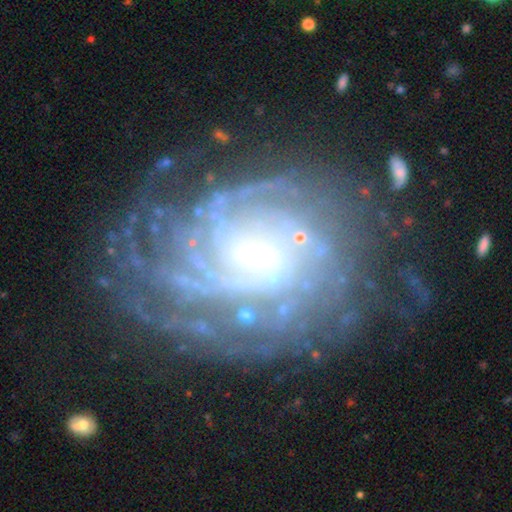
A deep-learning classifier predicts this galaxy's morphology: featured or disk 88%, star or artifact 7%, smooth 5%. Down the decision tree: edge-on disk — no (97%); bar — no (50%); spiral arms — yes (97%); spiral arm count — can't tell (25%); spiral winding — tight (70%); bulge size — small (77%); merging — none (71%).